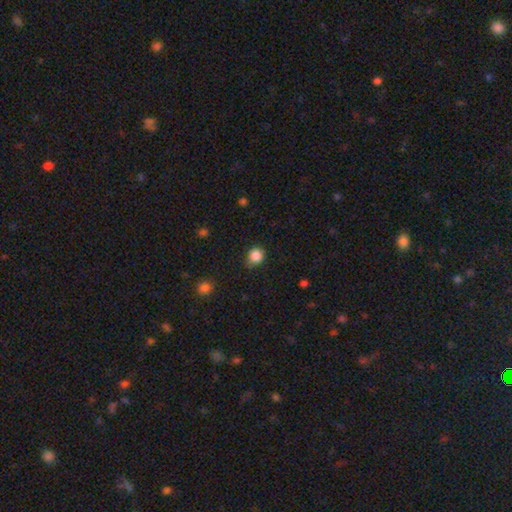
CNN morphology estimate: A smooth galaxy with no disk features (86%) that is round (79%).

Vote fractions:
- Smooth or featured? smooth: 86% / star or artifact: 11% / featured or disk: 4%
- How rounded? round: 79% / in between: 20% / cigar-shaped: 1%
- Merging? none: 74% / minor disturbance: 21% / major disturbance: 4% / merger: 2%